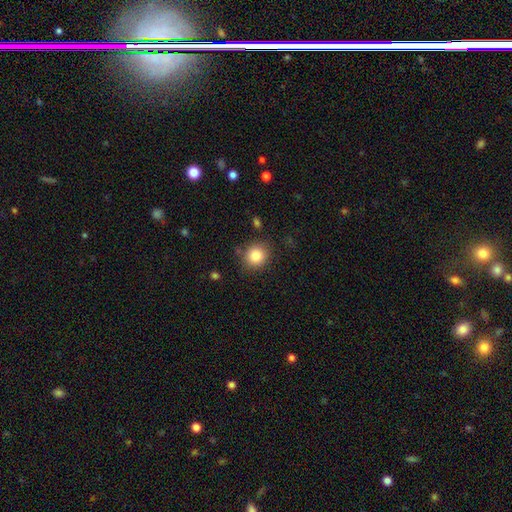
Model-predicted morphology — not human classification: The model was most divided on "how rounded": round: 82%, in between: 17%, cigar-shaped: 1%. More confident: merging — none (84%); smooth or featured — smooth (84%).